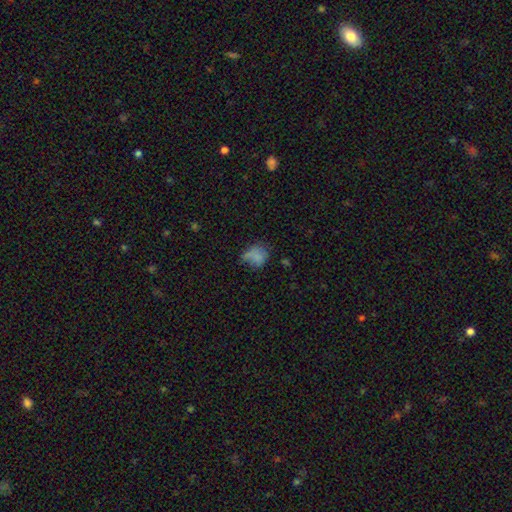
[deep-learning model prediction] Smooth or featured? Predicted: smooth (p=0.73). How rounded? Predicted: round (p=0.50). Merging? Predicted: none (p=0.38).